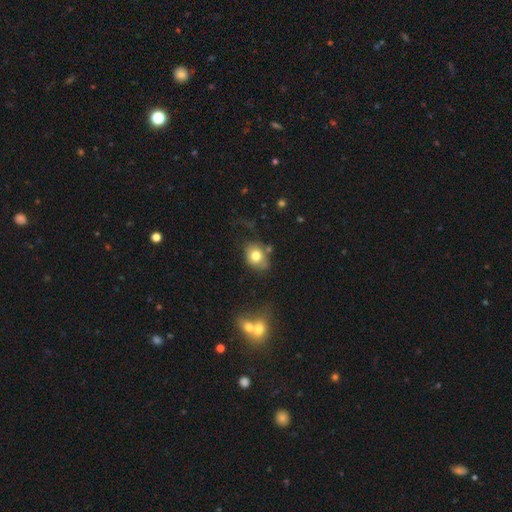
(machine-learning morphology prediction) smooth-or-featured: smooth: 77% | featured or disk: 14% | star or artifact: 9%
  how-rounded: in between: 56% | round: 43% | cigar-shaped: 1%
  merging: none: 63% | minor disturbance: 21% | merger: 9% | major disturbance: 7%